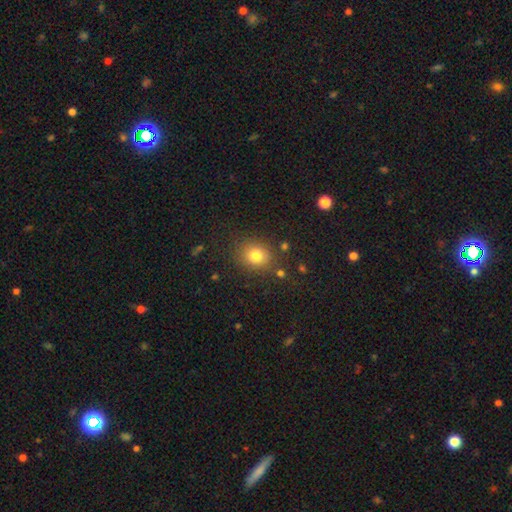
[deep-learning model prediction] The model was most divided on "how rounded": round: 70%, in between: 29%, cigar-shaped: 1%. More confident: merging — none (83%); smooth or featured — smooth (80%).